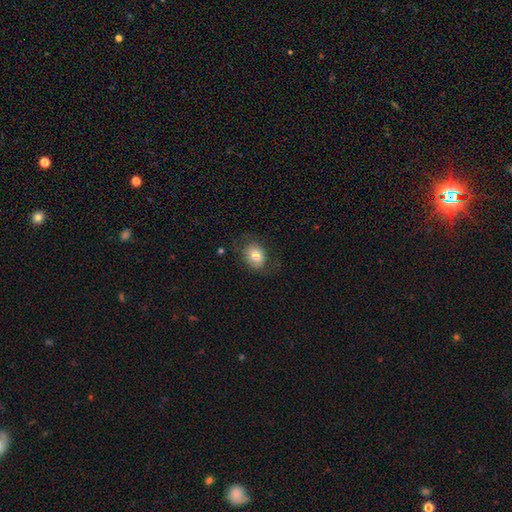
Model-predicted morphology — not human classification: smooth-or-featured: smooth: 77% | featured or disk: 15% | star or artifact: 8%
  how-rounded: in between: 56% | round: 43% | cigar-shaped: 1%
  merging: none: 72% | minor disturbance: 18% | major disturbance: 9% | merger: 1%